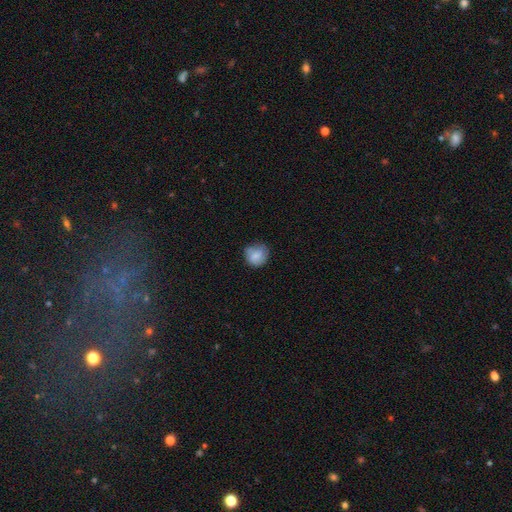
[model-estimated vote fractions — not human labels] A smooth galaxy with no disk features (77%) that is round (79%). Merging: none (64%).